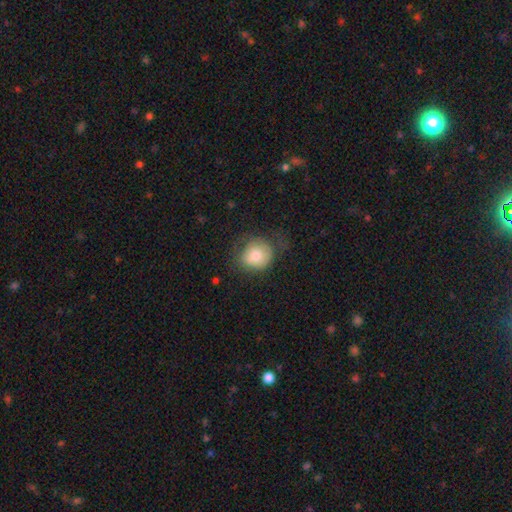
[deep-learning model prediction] Smooth or featured? smooth (77%)
How rounded? round (75%)
Merging? none (56%)